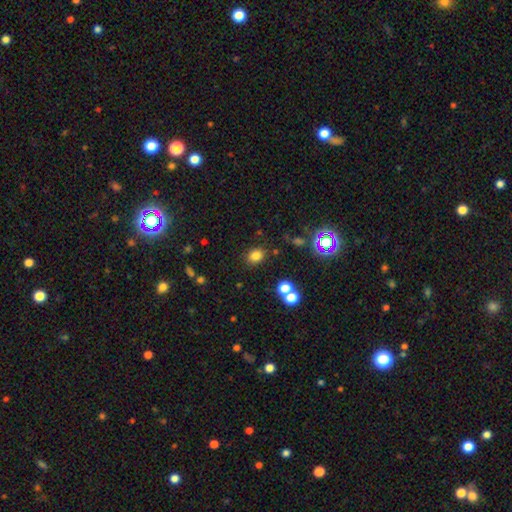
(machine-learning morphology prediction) The model was most divided on "how rounded": round: 57%, in between: 42%, cigar-shaped: 1%. More confident: merging — none (82%); smooth or featured — smooth (77%).